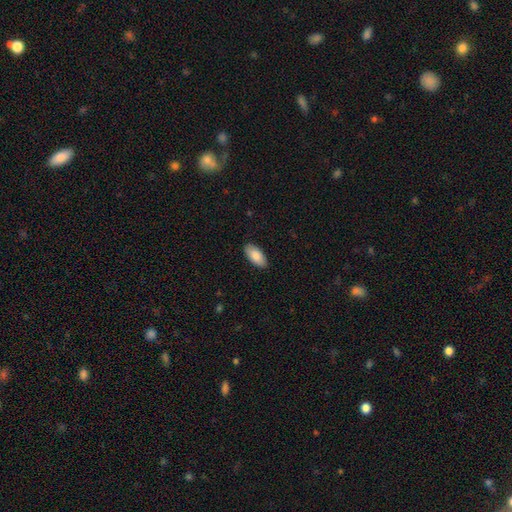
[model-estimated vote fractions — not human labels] smooth_or_featured: smooth (p=0.87) [alt: featured or disk p=0.07]
how_rounded: in between (p=0.93) [alt: cigar-shaped p=0.06]
merging: none (p=0.89) [alt: minor disturbance p=0.08]